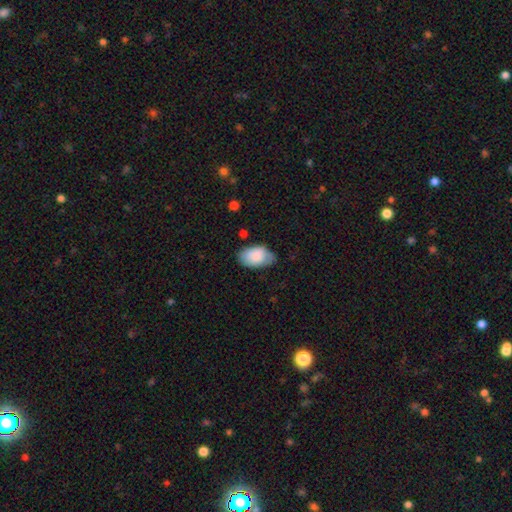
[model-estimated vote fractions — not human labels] This is clearly a smooth galaxy (85%). How rounded: clearly in between (93%). Merging: likely none (63%).